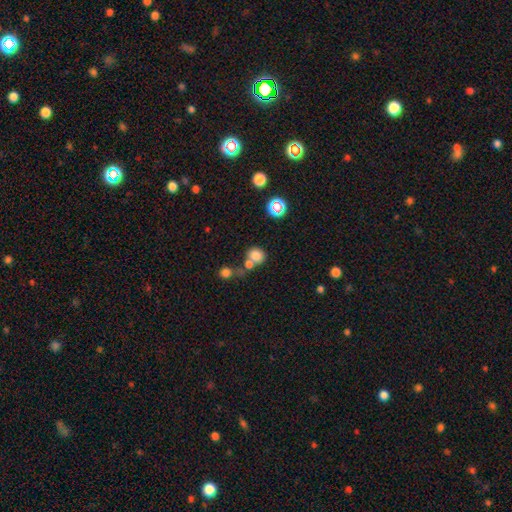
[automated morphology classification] A smooth galaxy with no disk features (76%) that is round (77%). Merging: none (46%).